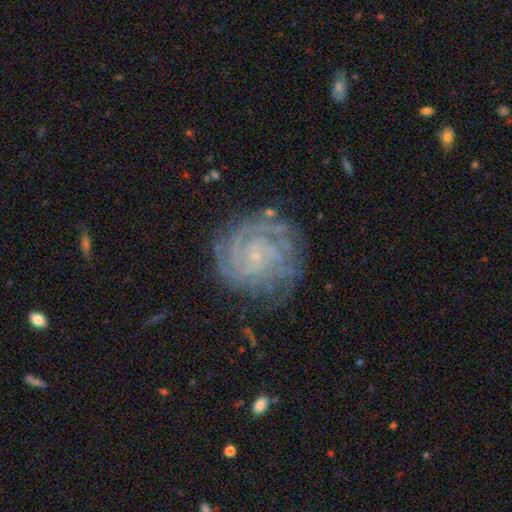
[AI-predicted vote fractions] Smooth or featured: featured or disk — 87% (star or artifact — 7%)
Edge-on disk: no — 98% (yes — 2%)
Bar: no — 68% (weak — 24%)
Spiral arms: yes — 98% (no — 2%)
Spiral winding: tight — 83% (medium — 15%)
Spiral arm count: 4 — 21% (3 — 20%)
Bulge size: small — 83% (none — 7%)
Merging: none — 78% (minor disturbance — 15%)